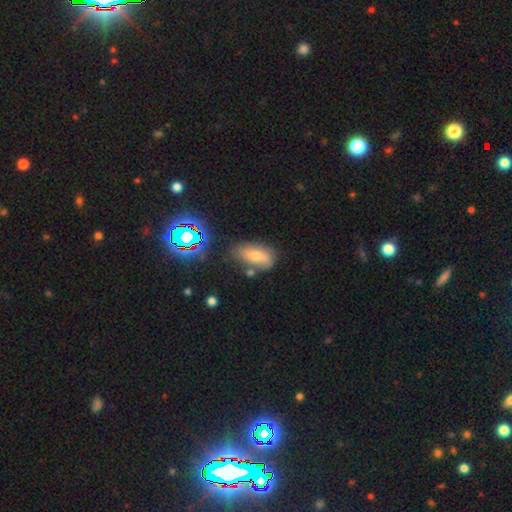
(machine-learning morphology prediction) A smooth galaxy with no disk features (67%) that is in between round and cigar-shaped (87%). Merging: none (62%).